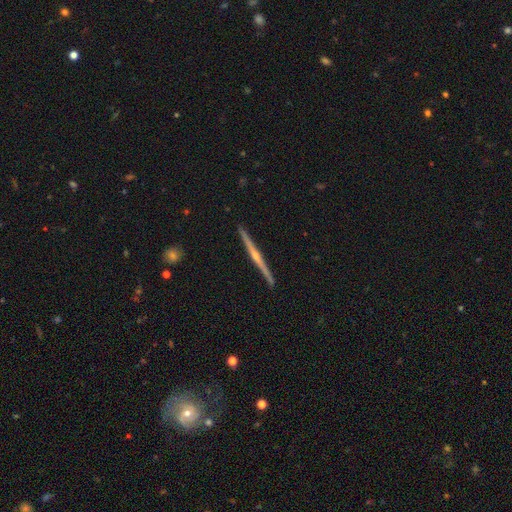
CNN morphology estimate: Smooth or featured: featured or disk — 82% (smooth — 13%)
Edge-on disk: yes — 99% (no — 1%)
Edge-on bulge: rounded — 77% (none — 17%)
Merging: none — 92% (minor disturbance — 6%)